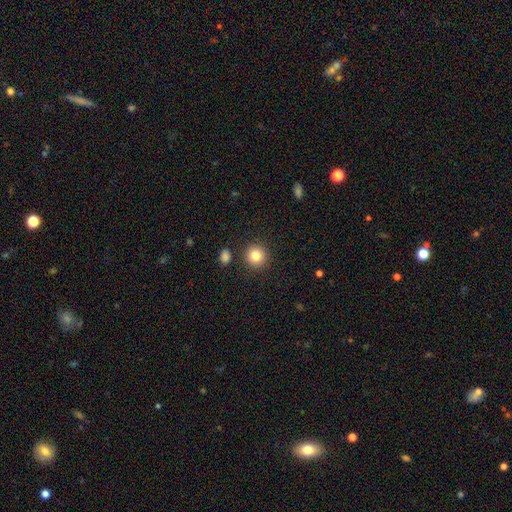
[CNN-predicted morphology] Smooth or featured? smooth (83%)
How rounded? round (93%)
Merging? none (89%)